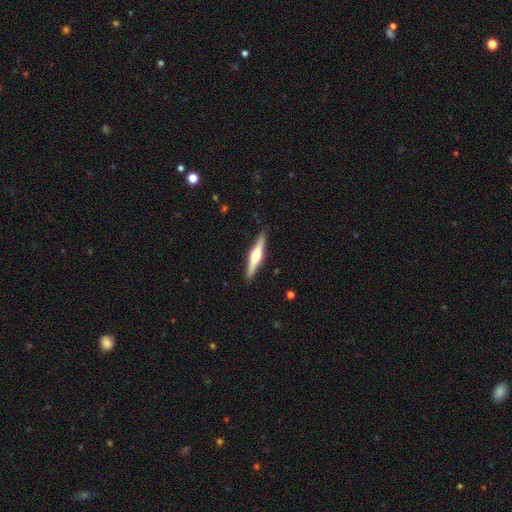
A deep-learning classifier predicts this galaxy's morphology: Q: Smooth or featured?
A: featured or disk (71%); runner-up: smooth (24%)
Q: Edge-on disk?
A: yes (98%); runner-up: no (2%)
Q: Edge-on bulge?
A: rounded (91%); runner-up: boxy (6%)
Q: Merging?
A: none (90%); runner-up: minor disturbance (7%)